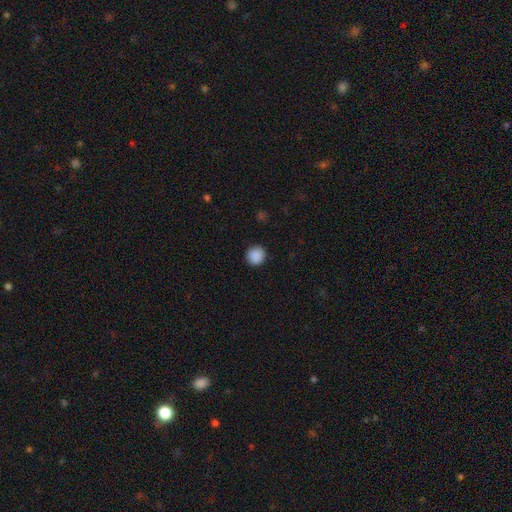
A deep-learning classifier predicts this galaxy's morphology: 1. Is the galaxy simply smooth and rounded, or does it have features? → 89% smooth, 9% star or artifact, 2% featured or disk.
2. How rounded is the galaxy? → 92% round, 7% in between, 1% cigar-shaped.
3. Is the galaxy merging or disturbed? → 91% none, 6% minor disturbance, 2% major disturbance, 1% merger.